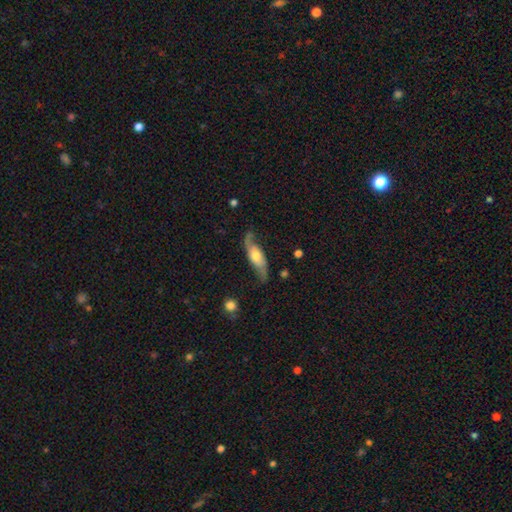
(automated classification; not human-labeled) Smooth or featured? Predicted: featured or disk (p=0.68). Edge-on disk? Predicted: no (p=0.71). Merging? Predicted: none (p=0.68).